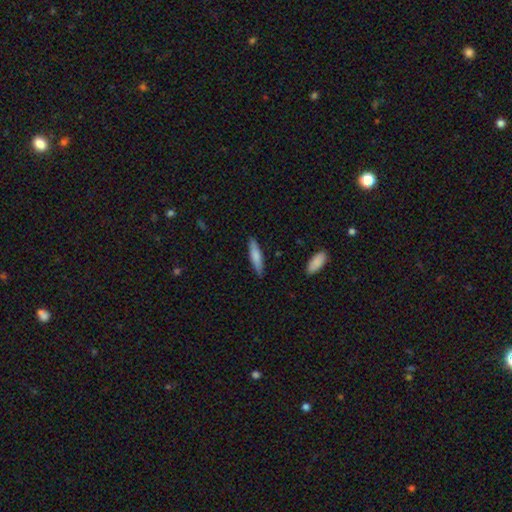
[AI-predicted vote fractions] Smooth or featured: smooth — 71% (featured or disk — 23%)
How rounded: cigar-shaped — 82% (in between — 17%)
Merging: none — 87% (minor disturbance — 9%)